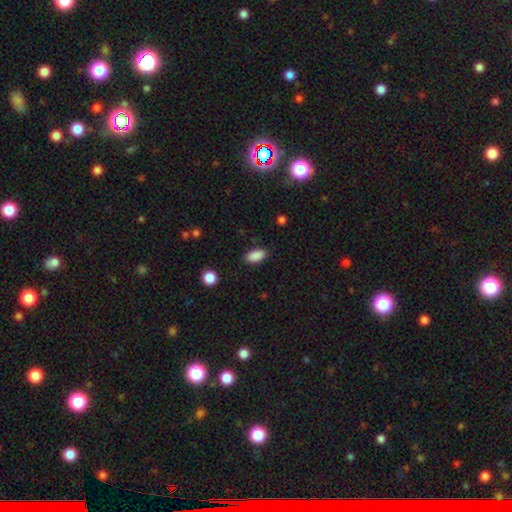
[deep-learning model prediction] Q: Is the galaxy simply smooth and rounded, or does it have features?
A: smooth — 89%.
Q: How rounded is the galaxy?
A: in between — 91%.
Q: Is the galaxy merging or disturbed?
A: none — 87%.